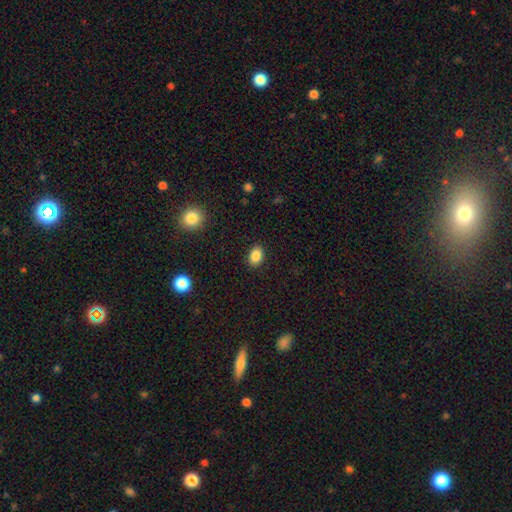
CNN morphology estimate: A smooth galaxy with no disk features (86%) that is in between round and cigar-shaped (76%).

Vote fractions:
- Smooth or featured? smooth: 86% / star or artifact: 9% / featured or disk: 5%
- How rounded? in between: 76% / round: 23% / cigar-shaped: 1%
- Merging? none: 89% / minor disturbance: 8% / major disturbance: 2% / merger: 1%